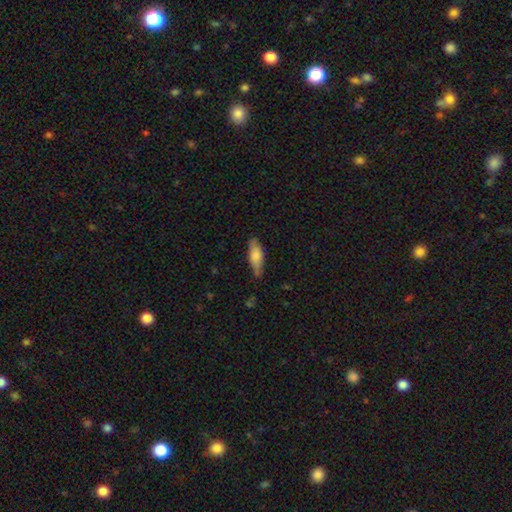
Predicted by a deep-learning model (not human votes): A smooth galaxy with no disk features (75%) that is in between round and cigar-shaped (63%). Merging: none (68%).